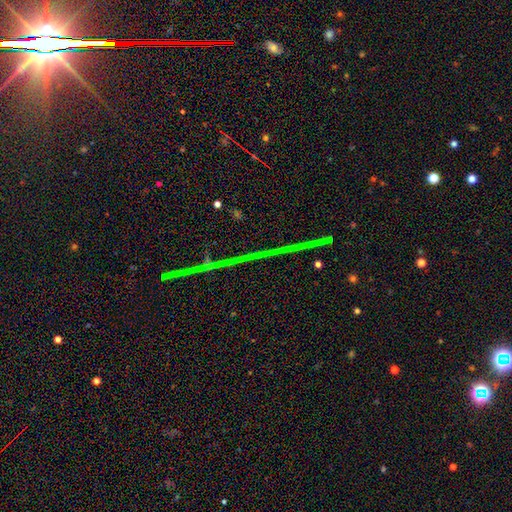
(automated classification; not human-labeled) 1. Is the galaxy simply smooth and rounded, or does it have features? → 83% star or artifact, 12% featured or disk, 6% smooth.